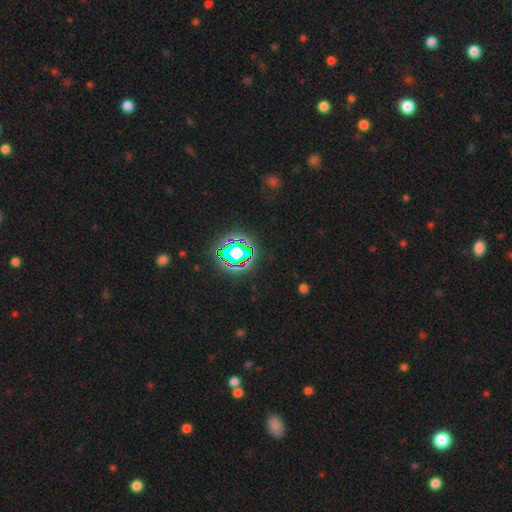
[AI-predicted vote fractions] Q: Smooth or featured?
A: star or artifact (79%); runner-up: smooth (15%)